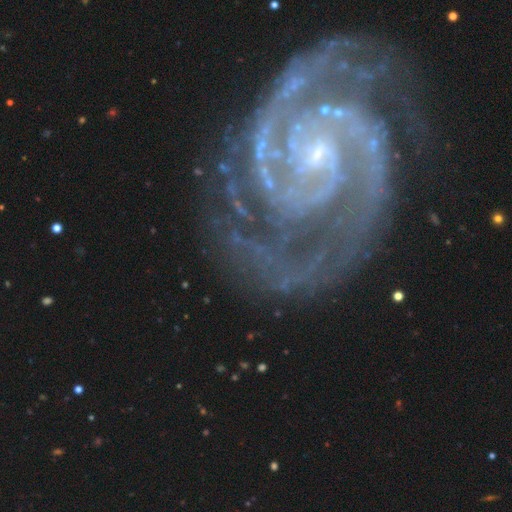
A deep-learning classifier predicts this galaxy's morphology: The model was most divided on "bar": no: 48%, weak: 36%, strong: 16%. More confident: spiral arms — yes (99%); edge-on disk — no (98%); smooth or featured — featured or disk (93%); bulge size — small (76%); merging — none (70%); spiral arm count — 2 (68%); spiral winding — tight (65%).